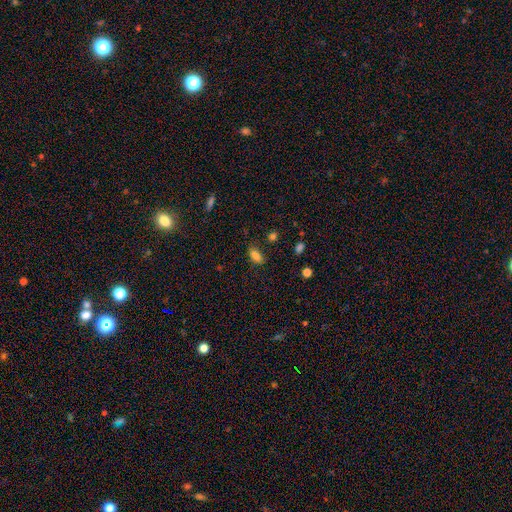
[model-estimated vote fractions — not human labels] Overall: smooth (81%). How rounded: in between (83%). Merging: none (76%).